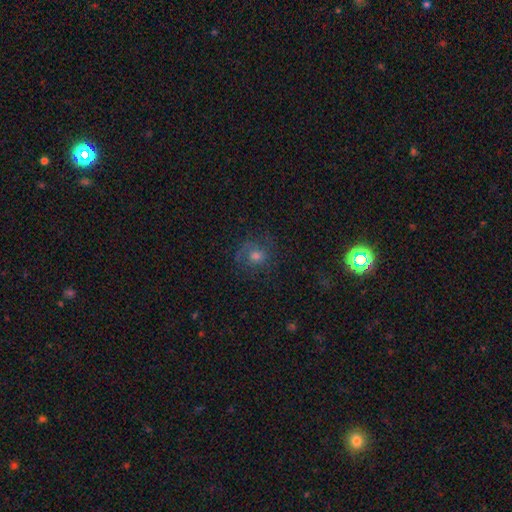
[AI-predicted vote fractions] featured or disk 38% (tied), smooth 38% (tied), star or artifact 23%. Down the decision tree: merging — none (69%).